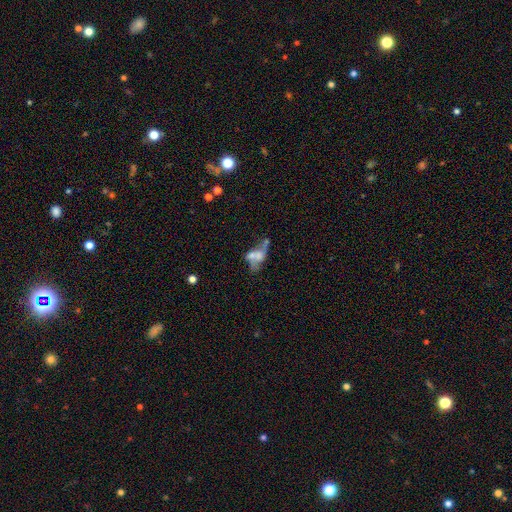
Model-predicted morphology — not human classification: type=featured or disk (54%); edge-on=no (93%); bar=no (79%); spiral arms=no (73%); bulge=none (48%); merging=merger (44%).